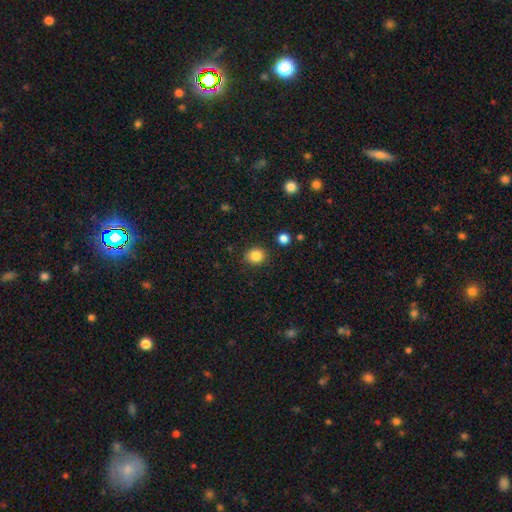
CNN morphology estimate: A smooth galaxy with no disk features (85%) that is round (77%). Merging: none (89%).